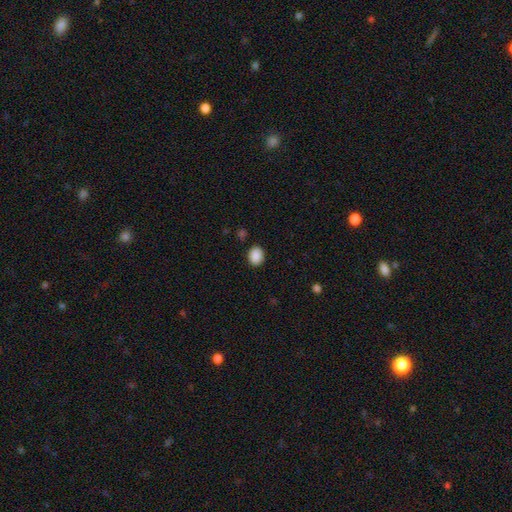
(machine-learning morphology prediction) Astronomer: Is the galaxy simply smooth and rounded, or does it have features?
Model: smooth — 89%.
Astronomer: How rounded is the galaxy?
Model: round — 51% (runner-up: in between, 48%).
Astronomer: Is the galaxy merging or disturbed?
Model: none — 88%.